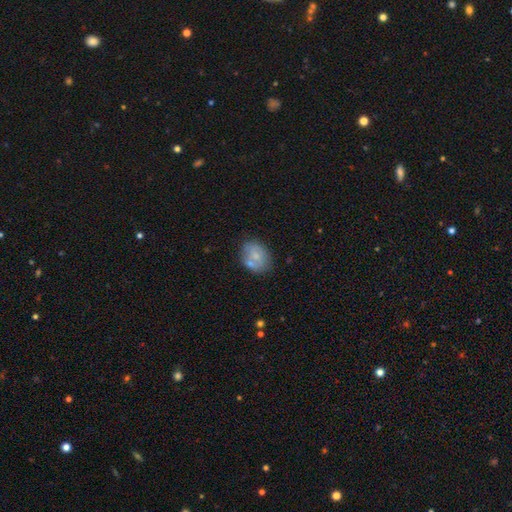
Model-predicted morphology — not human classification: type=smooth (61%); roundness=in between (67%); merging=none (57%).